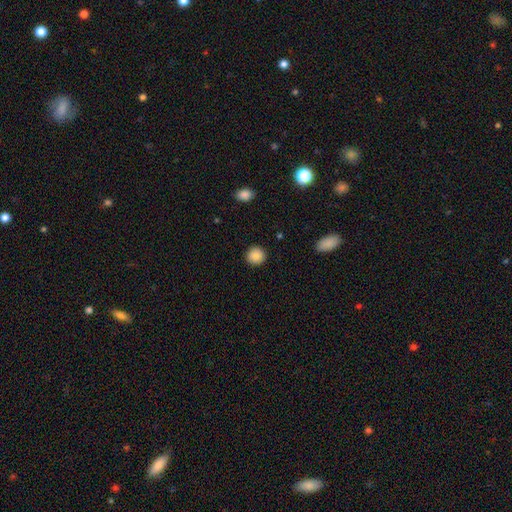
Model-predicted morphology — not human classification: Overall: smooth (86%). How rounded: round (91%). Merging: none (91%).